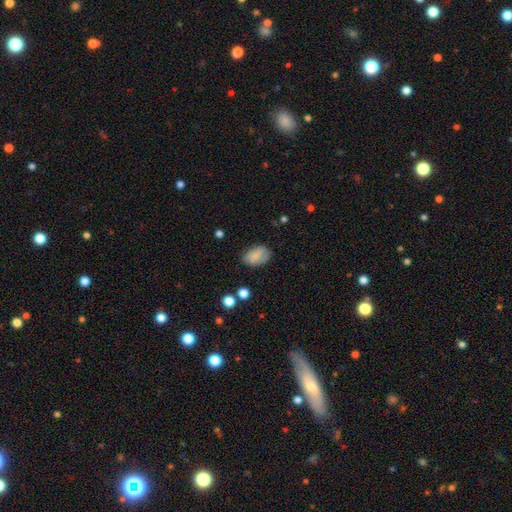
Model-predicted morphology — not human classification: Smooth or featured: smooth — 77% (featured or disk — 14%)
How rounded: in between — 88% (round — 11%)
Merging: none — 66% (minor disturbance — 24%)